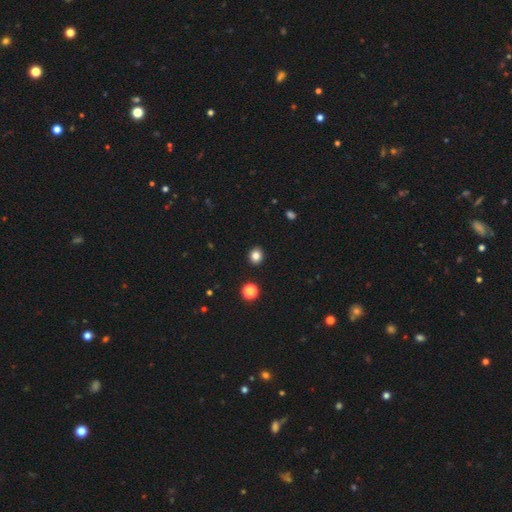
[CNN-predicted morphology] Overall: smooth (83%). How rounded: round (76%). Merging: none (91%).